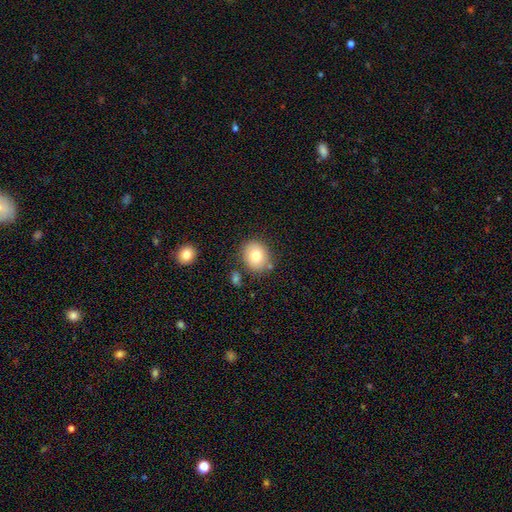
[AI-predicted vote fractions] A smooth galaxy with no disk features (81%) that is round (68%).

Vote fractions:
- Smooth or featured? smooth: 81% / featured or disk: 10% / star or artifact: 9%
- How rounded? round: 68% / in between: 31% / cigar-shaped: 1%
- Merging? none: 78% / minor disturbance: 12% / merger: 7% / major disturbance: 3%